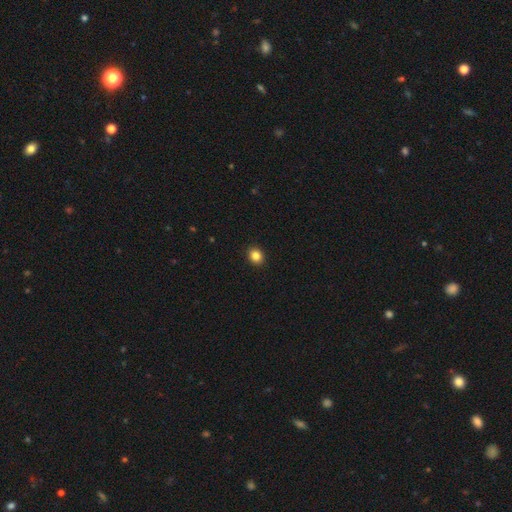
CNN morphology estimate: A smooth galaxy with no disk features (85%) that is round (69%). Merging: none (92%).